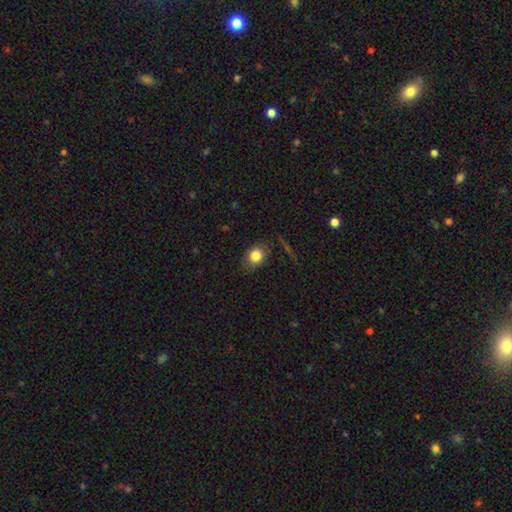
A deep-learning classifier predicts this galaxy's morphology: A smooth galaxy with no disk features (80%) that is in between round and cigar-shaped (50%). Merging: none (75%).